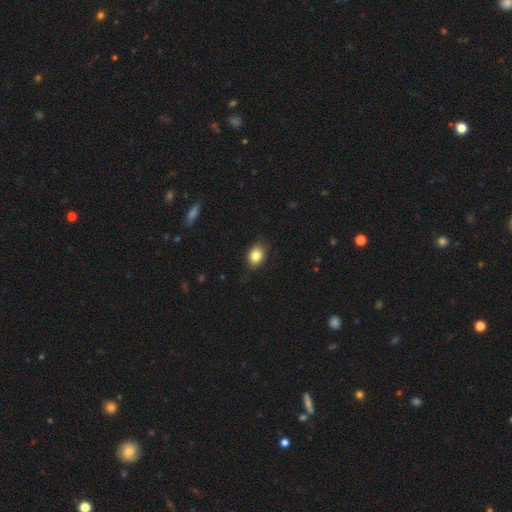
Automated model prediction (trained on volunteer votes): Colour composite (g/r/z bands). It shows a smooth galaxy with no disk features (83%) that is in between round and cigar-shaped (69%). Merging: none (81%).